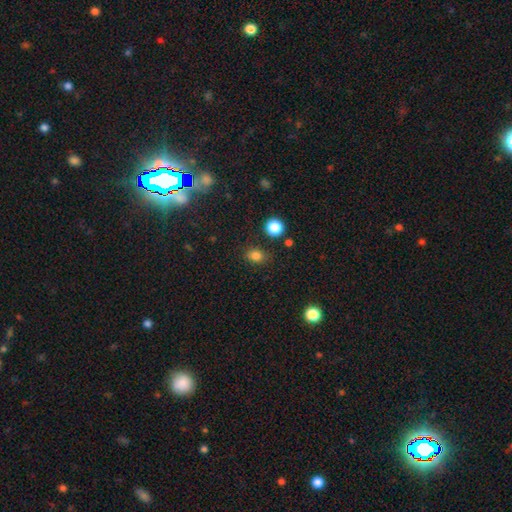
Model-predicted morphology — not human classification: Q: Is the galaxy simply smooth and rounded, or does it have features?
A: smooth — 81%.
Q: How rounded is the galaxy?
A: in between — 51%.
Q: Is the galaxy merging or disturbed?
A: none — 82%.